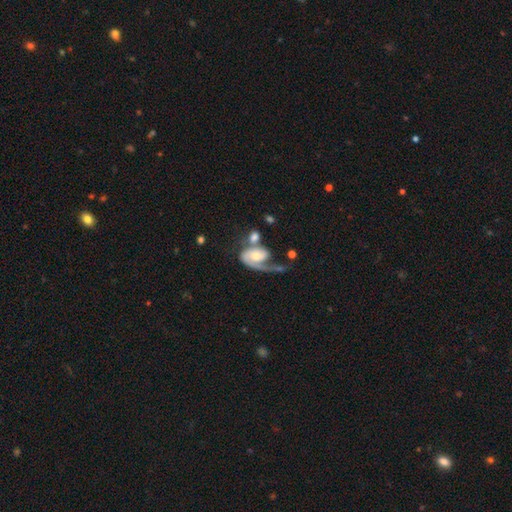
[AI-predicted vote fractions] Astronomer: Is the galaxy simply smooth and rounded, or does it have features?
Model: featured or disk — 76%.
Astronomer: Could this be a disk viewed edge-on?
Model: no — 97%.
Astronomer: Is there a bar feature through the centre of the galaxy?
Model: no — 64%.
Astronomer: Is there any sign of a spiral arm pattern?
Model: yes — 90%.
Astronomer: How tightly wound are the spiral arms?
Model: loose — 44% (runner-up: medium, 34%).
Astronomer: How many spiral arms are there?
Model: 1 — 73%.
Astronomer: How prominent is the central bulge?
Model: moderate — 55% (runner-up: small, 32%).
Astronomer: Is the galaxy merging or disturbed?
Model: major disturbance — 35% (runner-up: merger, 27%).